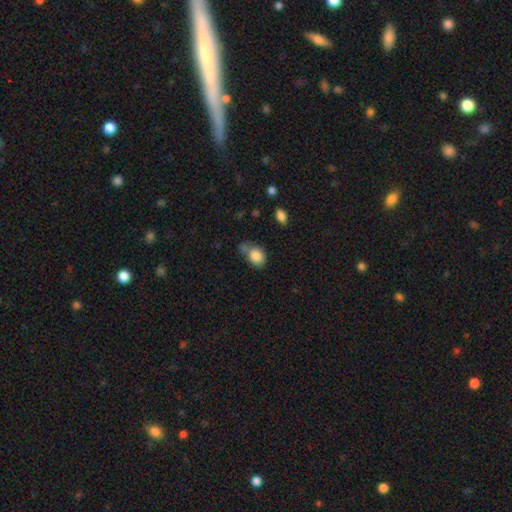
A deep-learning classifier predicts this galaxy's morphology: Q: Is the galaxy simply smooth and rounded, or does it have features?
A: smooth — 85%.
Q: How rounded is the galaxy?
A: in between — 61%.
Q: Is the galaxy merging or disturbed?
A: none — 43%.